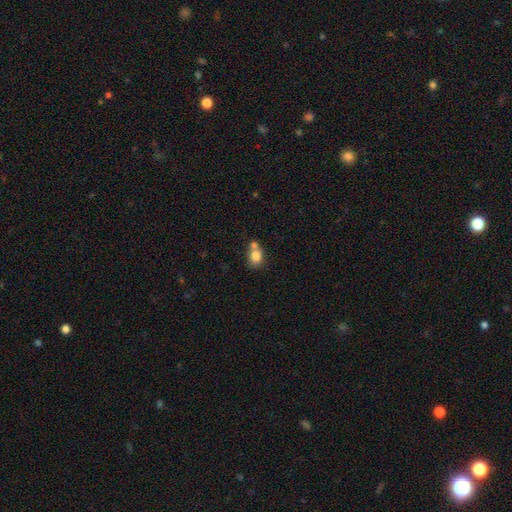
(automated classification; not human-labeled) Smooth or featured: smooth — 81% (star or artifact — 10%)
How rounded: round — 54% (in between — 45%)
Merging: none — 45% (merger — 40%)